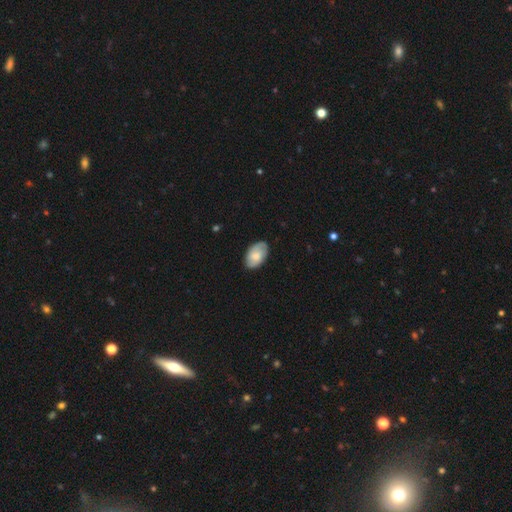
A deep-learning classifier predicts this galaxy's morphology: Smooth or featured? Predicted: smooth (p=0.57). How rounded? Predicted: in between (p=0.92). Merging? Predicted: none (p=0.80).